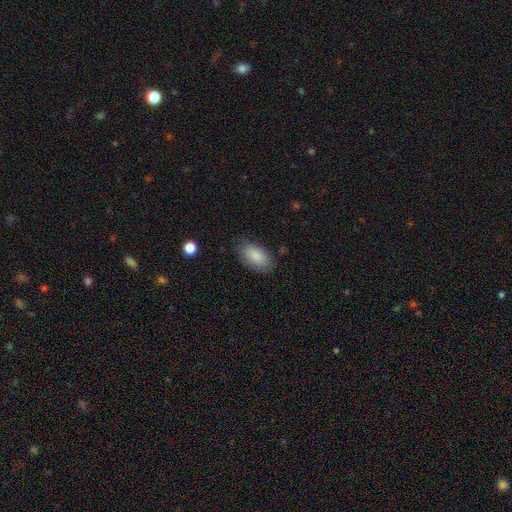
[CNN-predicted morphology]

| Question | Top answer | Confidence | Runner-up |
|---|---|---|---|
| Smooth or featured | smooth | 88% | star or artifact (7%) |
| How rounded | in between | 93% | round (4%) |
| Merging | none | 81% | minor disturbance (14%) |